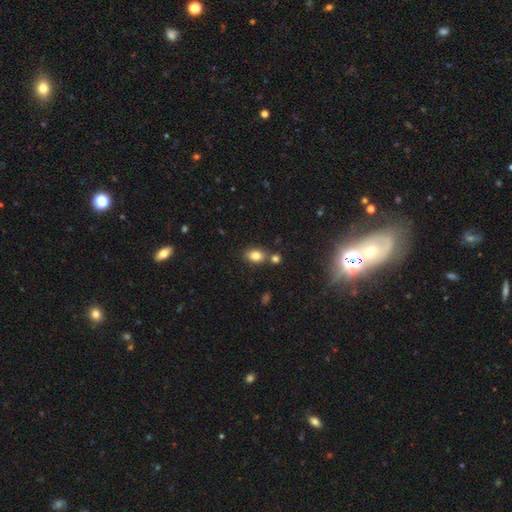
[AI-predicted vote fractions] Smooth or featured?
  - smooth: 80% *
  - star or artifact: 11%
  - featured or disk: 9%
How rounded?
  - in between: 68% *
  - round: 30%
  - cigar-shaped: 1%
Merging?
  - none: 68% *
  - merger: 17%
  - minor disturbance: 11%
  - major disturbance: 3%